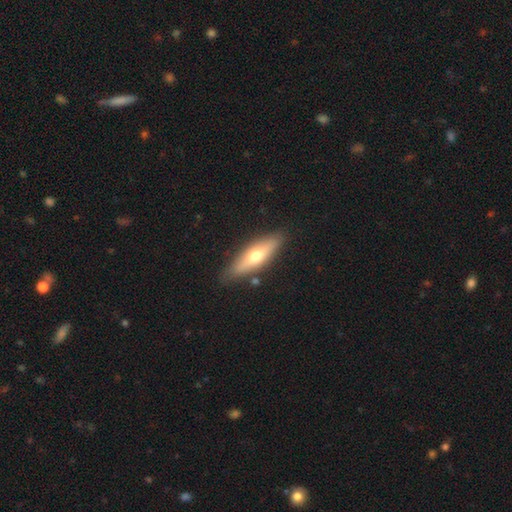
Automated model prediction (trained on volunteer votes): The model was most divided on "smooth or featured": smooth: 51%, featured or disk: 43%, star or artifact: 6%. More confident: merging — none (85%); how rounded — cigar-shaped (56%).